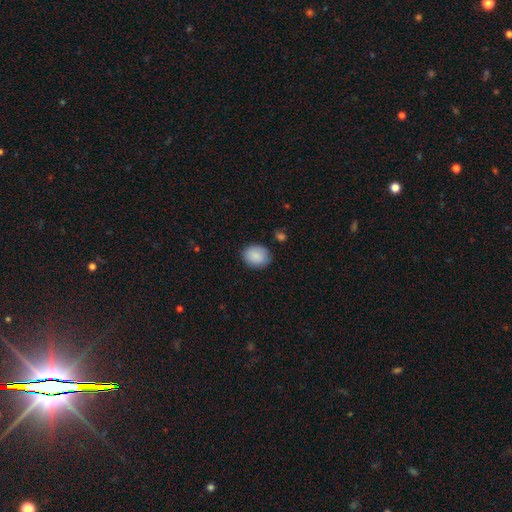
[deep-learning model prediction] A smooth galaxy with no disk features (89%) that is in between round and cigar-shaped (51%). Merging: none (83%).